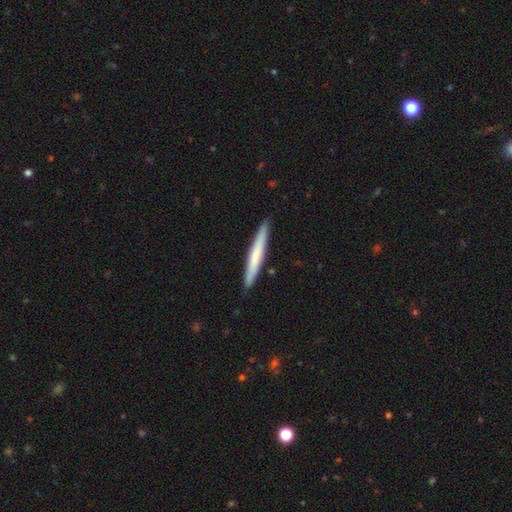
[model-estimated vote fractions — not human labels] smooth_or_featured: smooth (p=0.63) [alt: featured or disk p=0.32]
how_rounded: cigar-shaped (p=0.96) [alt: in between p=0.03]
merging: none (p=0.89) [alt: minor disturbance p=0.08]